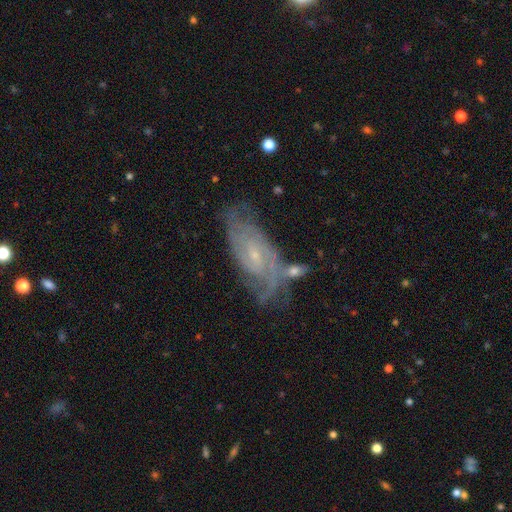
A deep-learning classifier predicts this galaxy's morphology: The model was most divided on "bar": no: 48%, weak: 42%, strong: 10%. Remaining: spiral arms — yes (96%); edge-on disk — no (93%); smooth or featured — featured or disk (84%); bulge size — small (75%); merging — none (61%); spiral winding — tight (58%); spiral arm count — 2 (42%).